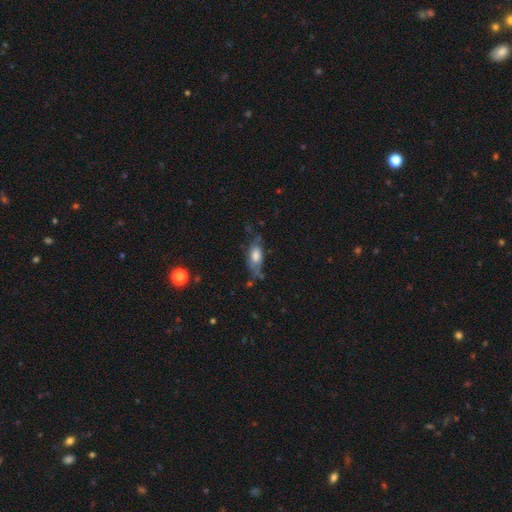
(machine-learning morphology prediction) The model was most divided on "merging": none: 50%, minor disturbance: 30%, major disturbance: 15%, merger: 5%. More confident: how rounded — in between (77%); smooth or featured — smooth (64%).